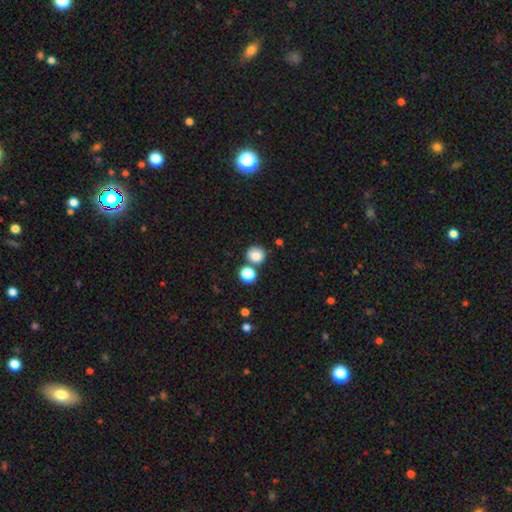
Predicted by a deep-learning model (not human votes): Smooth or featured?
  - smooth: 84% *
  - star or artifact: 11%
  - featured or disk: 5%
How rounded?
  - round: 88% *
  - in between: 11%
  - cigar-shaped: 1%
Merging?
  - none: 71% *
  - merger: 18%
  - minor disturbance: 9%
  - major disturbance: 3%